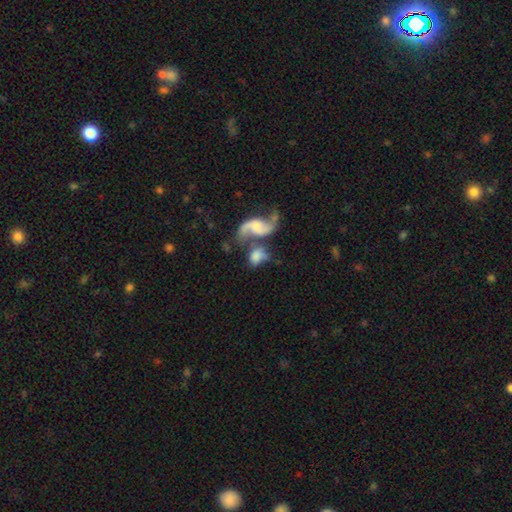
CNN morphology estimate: Smooth or featured?
  - featured or disk: 48% *
  - smooth: 44%
  - star or artifact: 9%
Merging?
  - merger: 53% *
  - none: 24%
  - minor disturbance: 12%
  - major disturbance: 12%